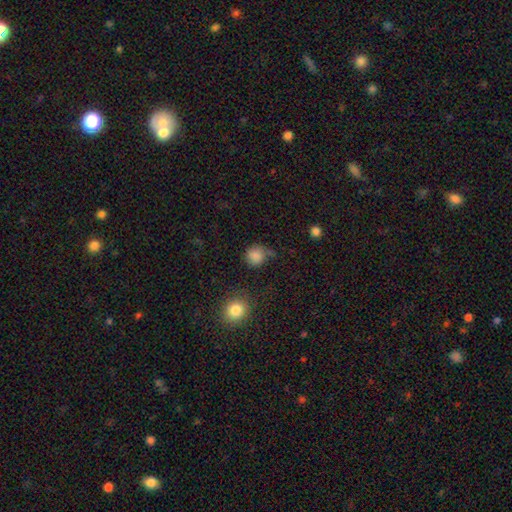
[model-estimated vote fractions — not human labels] The model was most divided on "merging": none: 65%, minor disturbance: 22%, major disturbance: 8%, merger: 5%. More confident: how rounded — round (86%); smooth or featured — smooth (84%).